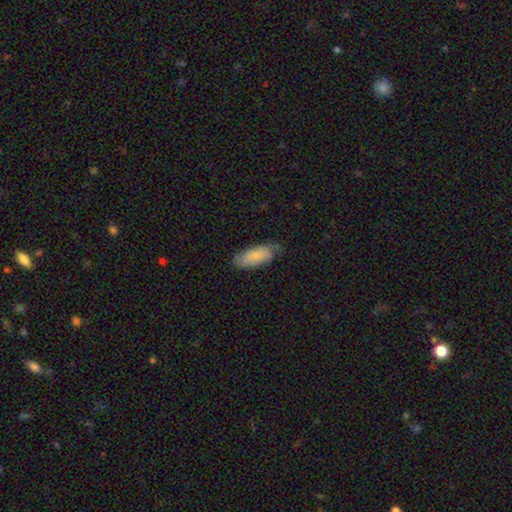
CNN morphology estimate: Smooth or featured?
  - smooth: 73% *
  - featured or disk: 21%
  - star or artifact: 6%
How rounded?
  - in between: 78% *
  - cigar-shaped: 20%
  - round: 2%
Merging?
  - none: 63% *
  - minor disturbance: 29%
  - major disturbance: 7%
  - merger: 1%